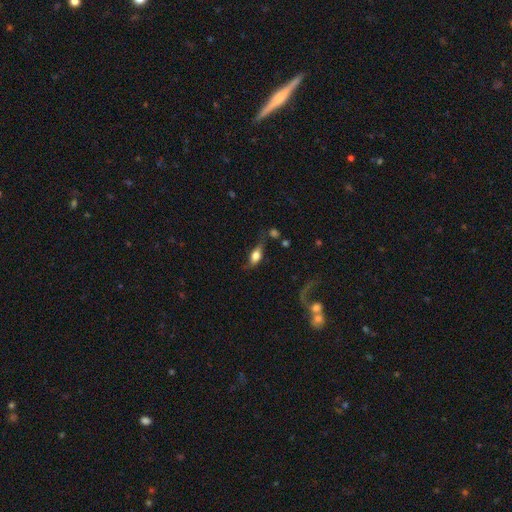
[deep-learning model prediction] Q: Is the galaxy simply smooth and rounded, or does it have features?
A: smooth — 56%.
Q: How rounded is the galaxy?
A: in between — 76%.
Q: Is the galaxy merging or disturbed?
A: none — 50%.